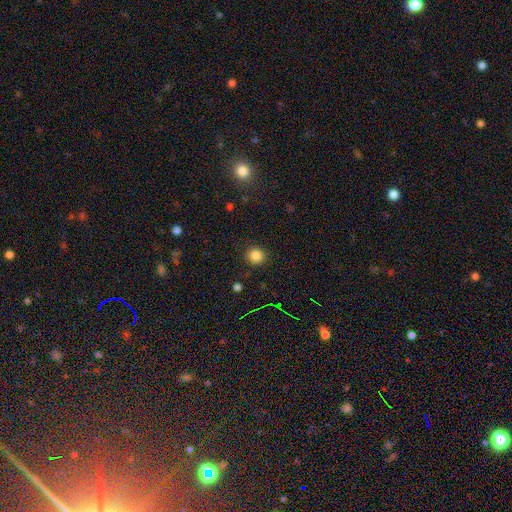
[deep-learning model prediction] Smooth or featured?
  - smooth: 83% *
  - star or artifact: 13%
  - featured or disk: 4%
How rounded?
  - round: 90% *
  - in between: 9%
  - cigar-shaped: 1%
Merging?
  - none: 89% *
  - minor disturbance: 7%
  - major disturbance: 3%
  - merger: 1%